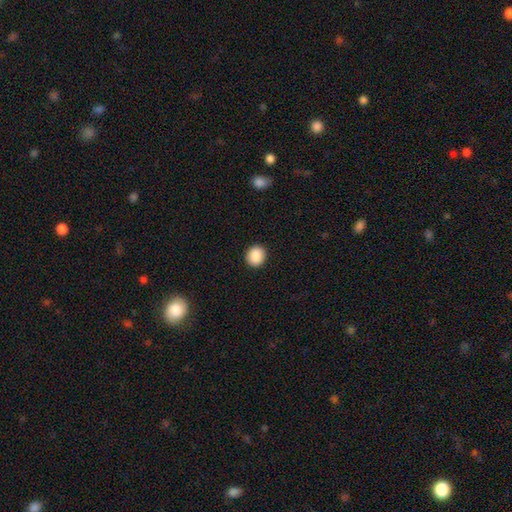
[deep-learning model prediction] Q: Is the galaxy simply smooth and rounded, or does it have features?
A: smooth — 89%.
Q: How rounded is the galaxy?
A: round — 81%.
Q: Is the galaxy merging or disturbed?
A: none — 92%.